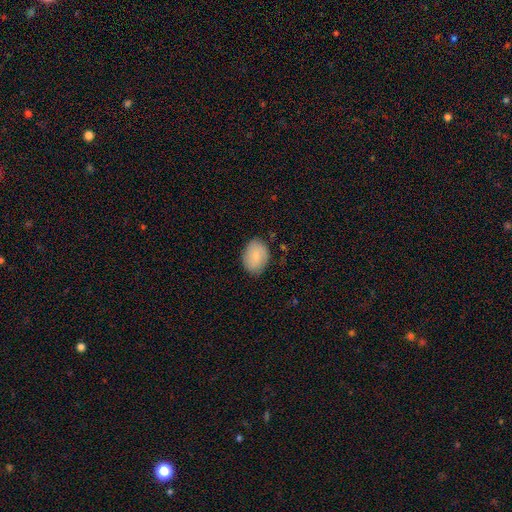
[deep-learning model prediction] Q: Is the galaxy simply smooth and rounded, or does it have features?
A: smooth — 78%.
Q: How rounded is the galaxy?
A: in between — 71%.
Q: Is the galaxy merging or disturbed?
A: none — 80%.